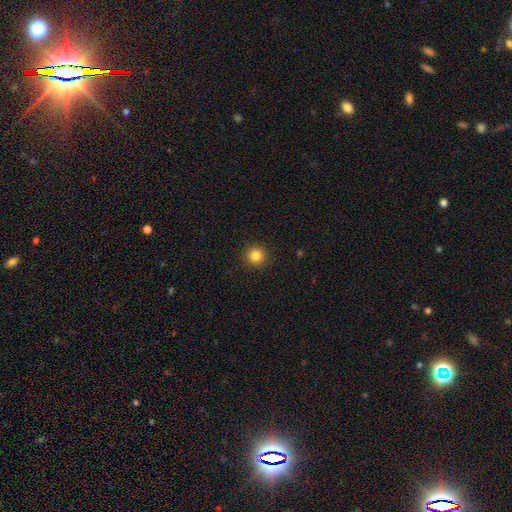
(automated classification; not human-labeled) Overall: smooth (83%). How rounded: round (95%). Merging: none (93%).